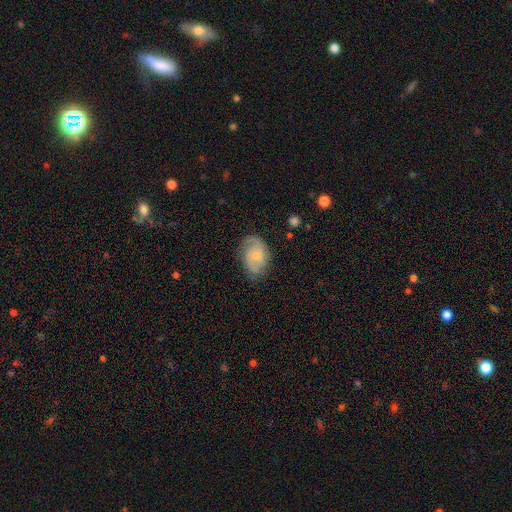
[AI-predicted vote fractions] Morphology: type=featured or disk (69%); edge-on=no (97%); bar=no (63%); spiral arms=yes (92%); winding=medium (44%); arm count=2 (67%); bulge=small (62%); merging=none (70%).